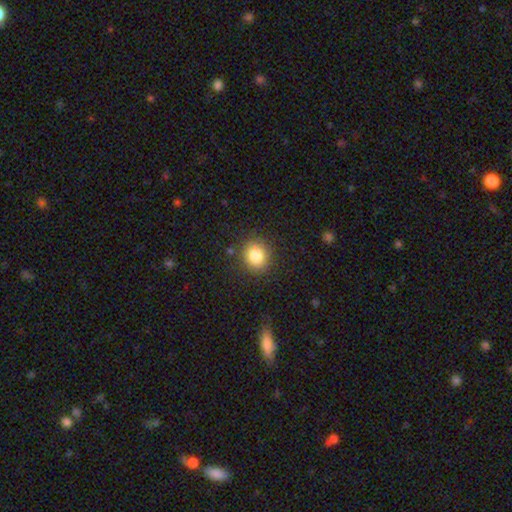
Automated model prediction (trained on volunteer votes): The model was most divided on "how rounded": round: 76%, in between: 23%, cigar-shaped: 1%. More confident: merging — none (85%); smooth or featured — smooth (84%).